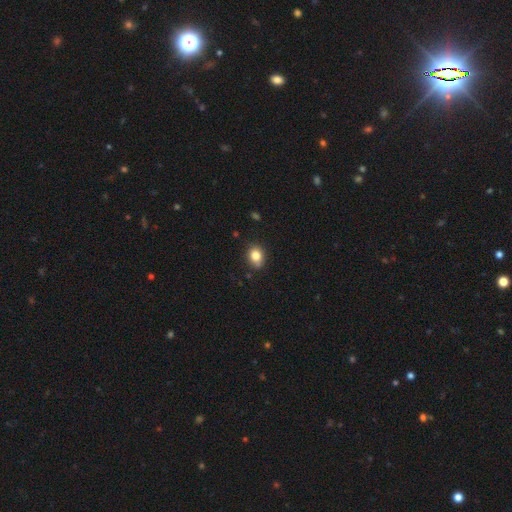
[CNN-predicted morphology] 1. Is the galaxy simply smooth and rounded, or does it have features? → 82% smooth, 10% star or artifact, 8% featured or disk.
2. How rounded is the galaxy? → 51% round, 48% in between, 1% cigar-shaped.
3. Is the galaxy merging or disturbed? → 77% none, 17% minor disturbance, 3% merger, 3% major disturbance.